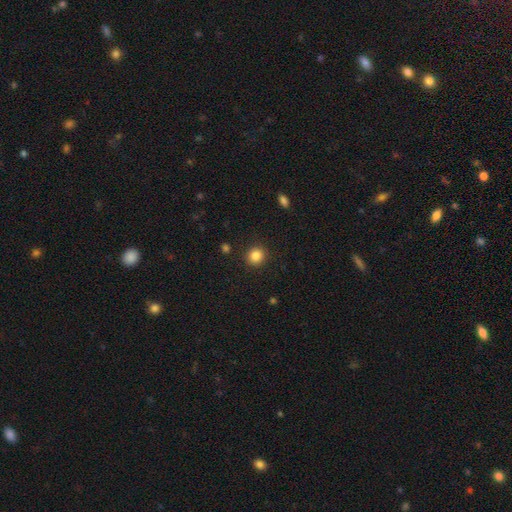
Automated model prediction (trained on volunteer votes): Overall: smooth (85%). How rounded: round (87%). Merging: none (90%).